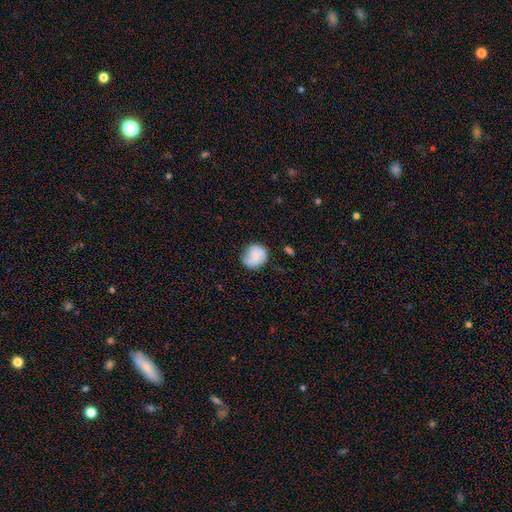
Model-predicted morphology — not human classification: Smooth or featured? smooth (55%)
How rounded? round (79%)
Merging? none (68%)